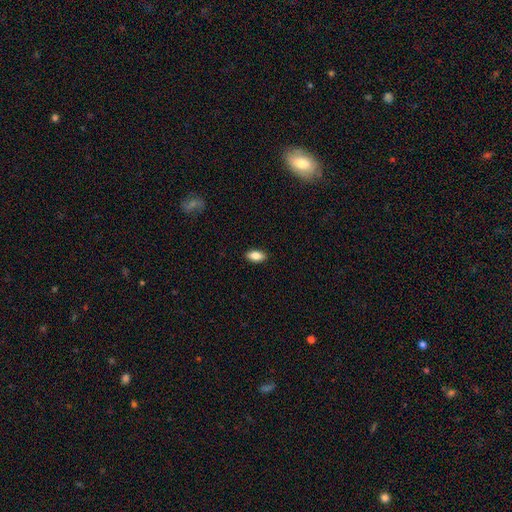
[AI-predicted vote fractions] Smooth or featured? smooth (83%)
How rounded? in between (90%)
Merging? none (89%)